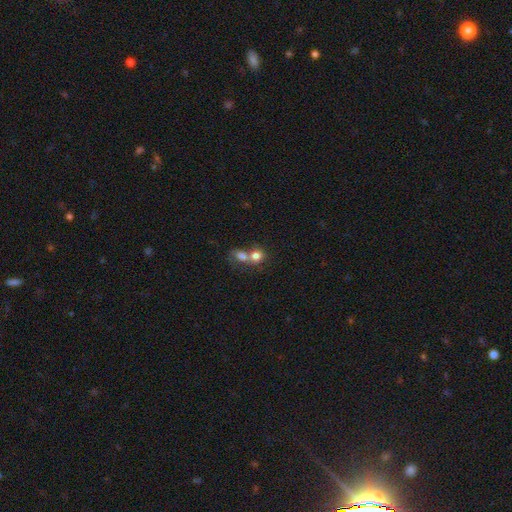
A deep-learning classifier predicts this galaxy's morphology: The model was most divided on "how rounded": round: 69%, in between: 29%, cigar-shaped: 1%. More confident: smooth or featured — smooth (76%); merging — merger (66%).